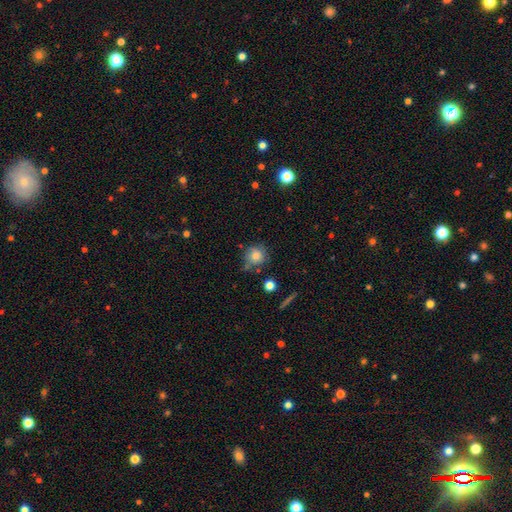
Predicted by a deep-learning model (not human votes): Smooth or featured: smooth — 80% (star or artifact — 10%)
How rounded: round — 89% (in between — 10%)
Merging: none — 68% (minor disturbance — 19%)